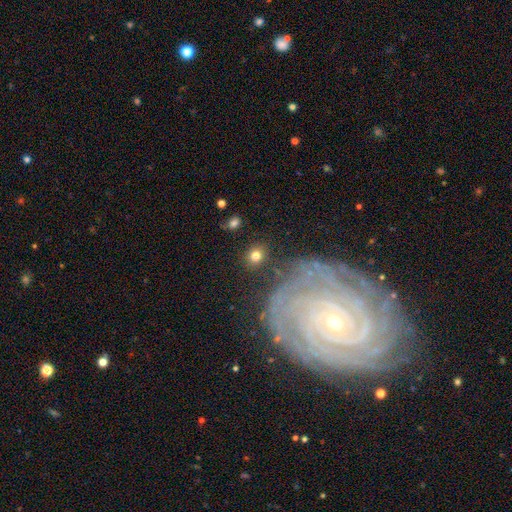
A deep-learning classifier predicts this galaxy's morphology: Q: Smooth or featured?
A: smooth (79%); runner-up: featured or disk (11%)
Q: How rounded?
A: round (80%); runner-up: in between (19%)
Q: Merging?
A: none (84%); runner-up: minor disturbance (8%)